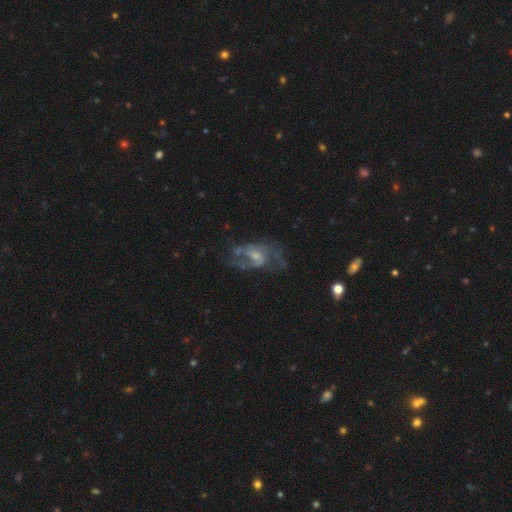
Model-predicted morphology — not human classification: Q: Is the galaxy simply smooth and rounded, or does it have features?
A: featured or disk — 76%.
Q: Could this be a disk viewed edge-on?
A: no — 96%.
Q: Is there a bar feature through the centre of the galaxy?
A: weak — 46%.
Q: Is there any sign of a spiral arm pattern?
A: yes — 79%.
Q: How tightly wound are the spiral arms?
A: medium — 46%.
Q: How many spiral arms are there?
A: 2 — 58%.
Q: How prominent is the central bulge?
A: small — 50%.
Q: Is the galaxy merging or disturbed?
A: none — 51%.